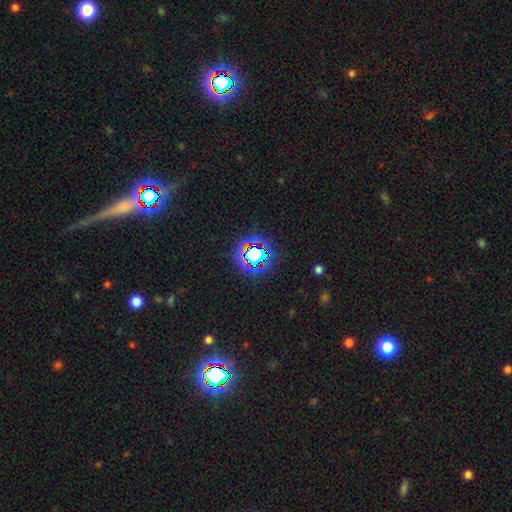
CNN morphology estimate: Smooth or featured?
  - star or artifact: 76% *
  - smooth: 15%
  - featured or disk: 9%